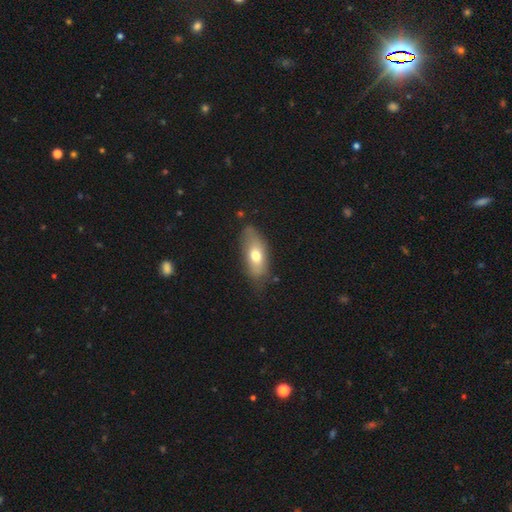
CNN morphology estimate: A smooth galaxy with no disk features (66%) that is in between round and cigar-shaped (80%).

Vote fractions:
- Smooth or featured? smooth: 66% / featured or disk: 27% / star or artifact: 7%
- How rounded? in between: 80% / cigar-shaped: 15% / round: 4%
- Merging? none: 65% / minor disturbance: 25% / major disturbance: 7% / merger: 2%